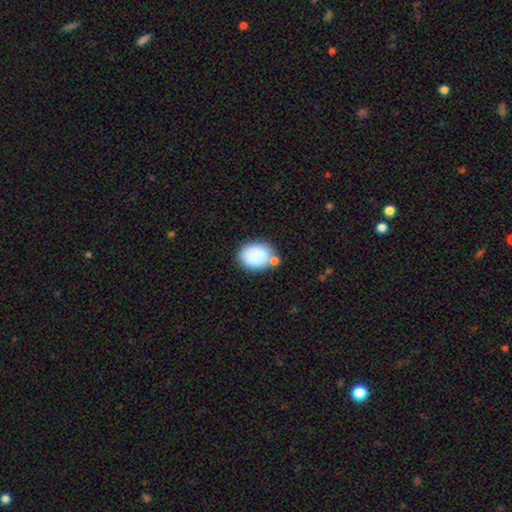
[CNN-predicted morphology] smooth_or_featured: smooth (p=0.83) [alt: featured or disk p=0.10]
how_rounded: in between (p=0.61) [alt: round p=0.38]
merging: none (p=0.60) [alt: minor disturbance p=0.17]